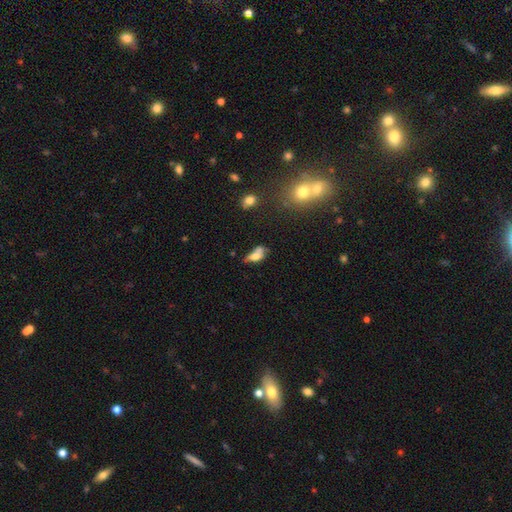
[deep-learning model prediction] This appears to be a smooth galaxy with no disk features (59%) that is in between round and cigar-shaped (79%). Merging: merger (33%).